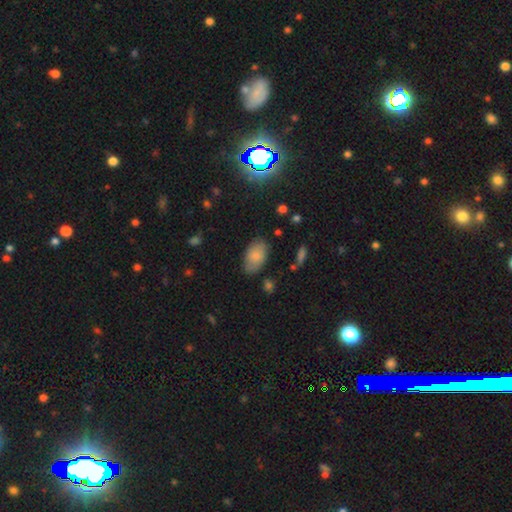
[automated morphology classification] smooth 80%, featured or disk 13%, star or artifact 8%. Down the decision tree: how rounded — in between (93%); merging — none (78%).